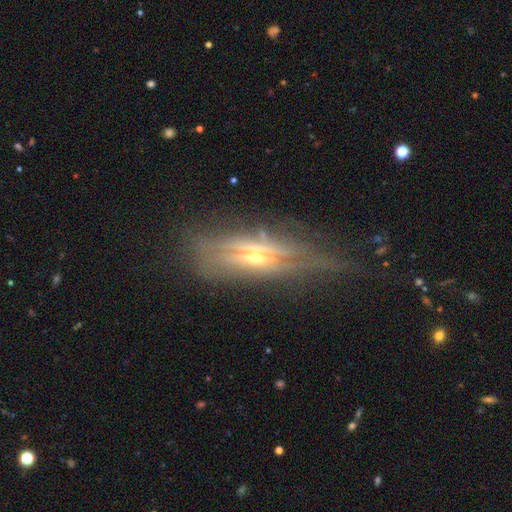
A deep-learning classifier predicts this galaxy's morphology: Overall: featured or disk (73%). Edge-on disk: yes (81%). Edge-on bulge: rounded (84%). Merging: none (61%; minor disturbance 22%).